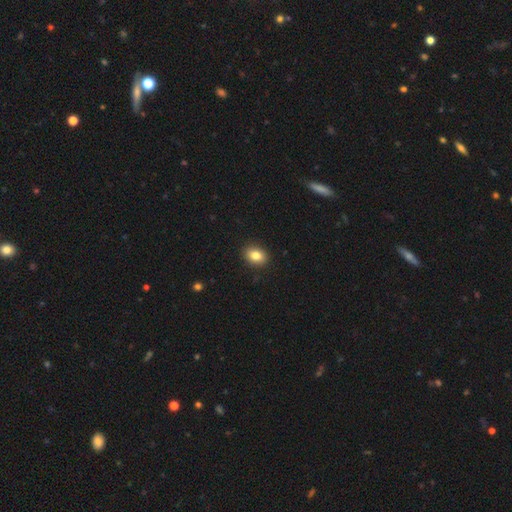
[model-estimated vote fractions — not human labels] Smooth or featured? Predicted: smooth (p=0.83). How rounded? Predicted: in between (p=0.68). Merging? Predicted: none (p=0.90).